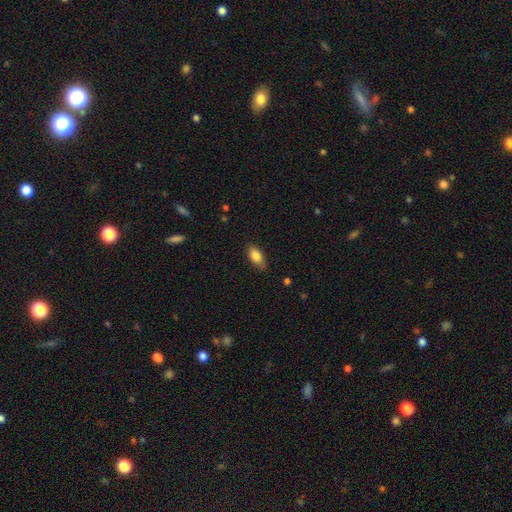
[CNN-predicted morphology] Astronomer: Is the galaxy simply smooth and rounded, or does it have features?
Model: smooth — 84%.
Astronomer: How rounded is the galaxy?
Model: in between — 88%.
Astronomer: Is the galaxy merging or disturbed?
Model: none — 79%.